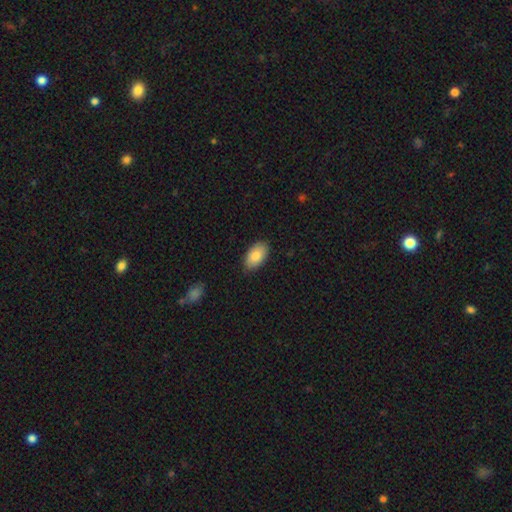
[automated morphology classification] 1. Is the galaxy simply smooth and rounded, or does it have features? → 86% smooth, 8% featured or disk, 6% star or artifact.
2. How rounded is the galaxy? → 95% in between, 3% round, 2% cigar-shaped.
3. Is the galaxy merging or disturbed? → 86% none, 11% minor disturbance, 2% major disturbance, 1% merger.